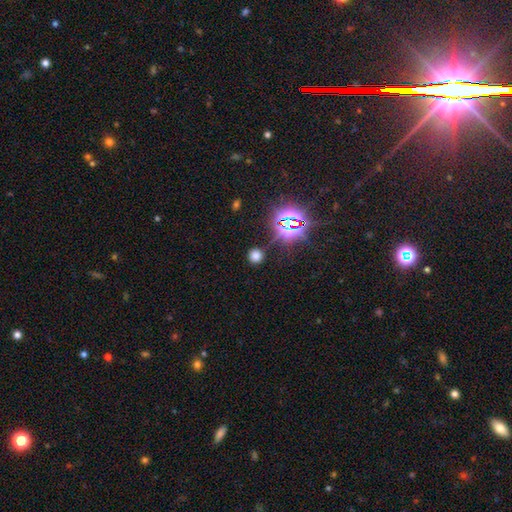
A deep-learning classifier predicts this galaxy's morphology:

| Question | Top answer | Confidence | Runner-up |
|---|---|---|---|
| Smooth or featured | smooth | 62% | star or artifact (31%) |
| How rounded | round | 91% | in between (8%) |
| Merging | none | 83% | minor disturbance (10%) |